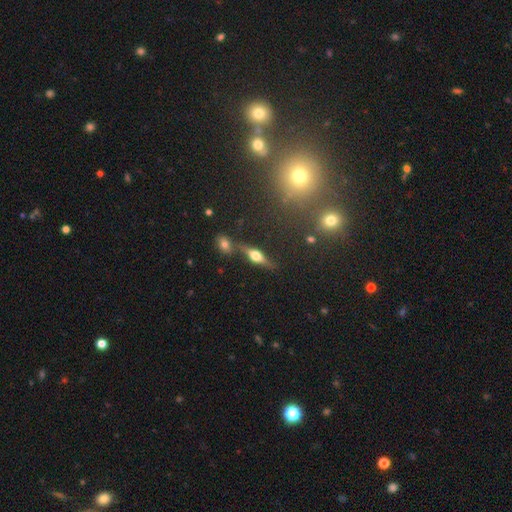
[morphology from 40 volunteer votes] A featured or disk galaxy (60%) viewed edge-on (92%) with a rounded central bulge (100%).

Vote fractions:
- Smooth or featured? featured or disk: 60% / smooth: 32% / star or artifact: 8%
- Edge-on disk? yes: 92% / no: 8%
- Edge-on bulge? rounded: 100% / boxy: 0% / none: 0%
- Merging? none: 78% / minor disturbance: 14% / merger: 8% / major disturbance: 0%